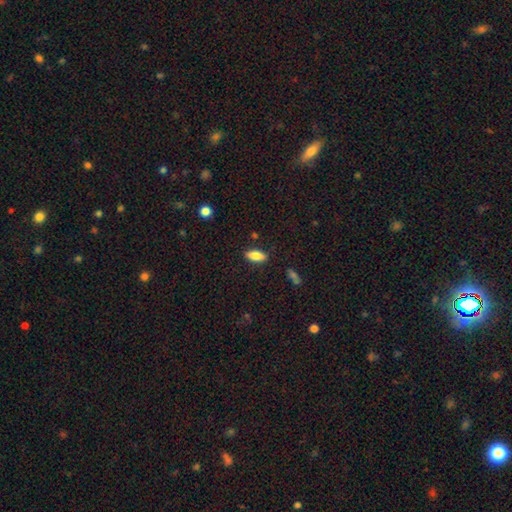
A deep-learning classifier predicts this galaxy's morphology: Q: Smooth or featured?
A: smooth (81%); runner-up: featured or disk (12%)
Q: How rounded?
A: in between (84%); runner-up: cigar-shaped (13%)
Q: Merging?
A: none (86%); runner-up: minor disturbance (10%)